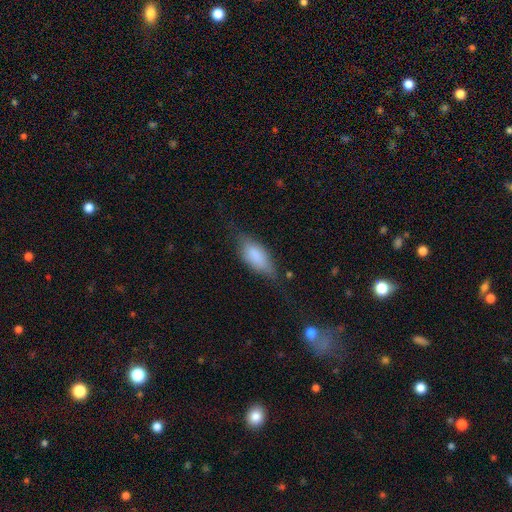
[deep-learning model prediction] A smooth galaxy with no disk features (74%) that is in between round and cigar-shaped (78%).

Vote fractions:
- Smooth or featured? smooth: 74% / featured or disk: 19% / star or artifact: 7%
- How rounded? in between: 78% / cigar-shaped: 19% / round: 3%
- Merging? none: 54% / minor disturbance: 31% / major disturbance: 13% / merger: 2%